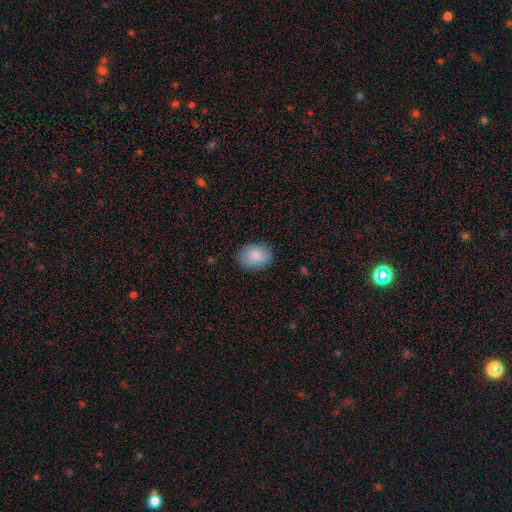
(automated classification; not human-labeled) Q: Smooth or featured?
A: smooth (85%); runner-up: featured or disk (9%)
Q: How rounded?
A: in between (64%); runner-up: round (35%)
Q: Merging?
A: none (82%); runner-up: minor disturbance (14%)